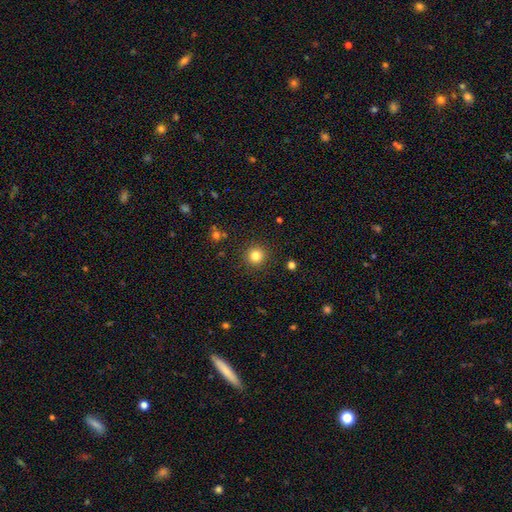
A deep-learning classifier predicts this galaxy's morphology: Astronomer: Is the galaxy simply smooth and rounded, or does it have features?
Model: smooth — 82%.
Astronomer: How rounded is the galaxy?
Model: round — 94%.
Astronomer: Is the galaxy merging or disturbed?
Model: none — 91%.